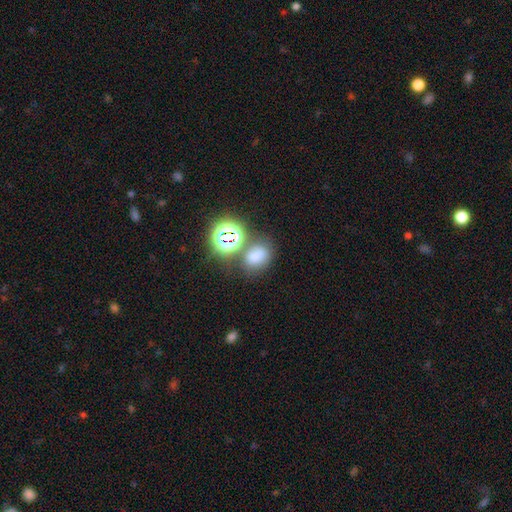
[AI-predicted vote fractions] A smooth galaxy with no disk features (65%) that is in between round and cigar-shaped (53%). Merging: none (58%).